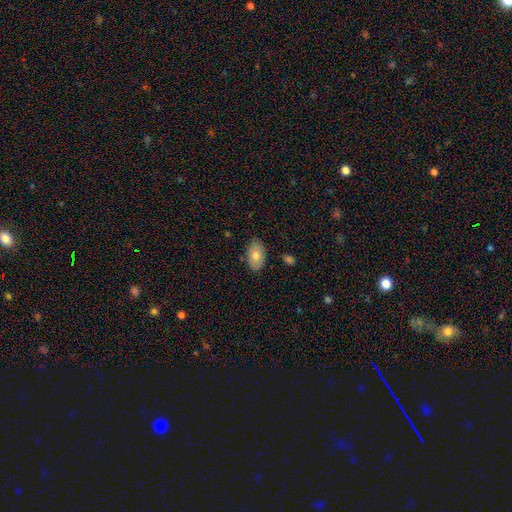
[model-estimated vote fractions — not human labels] This appears to be a smooth galaxy with no disk features (73%) that is in between round and cigar-shaped (92%). Merging: none (85%).